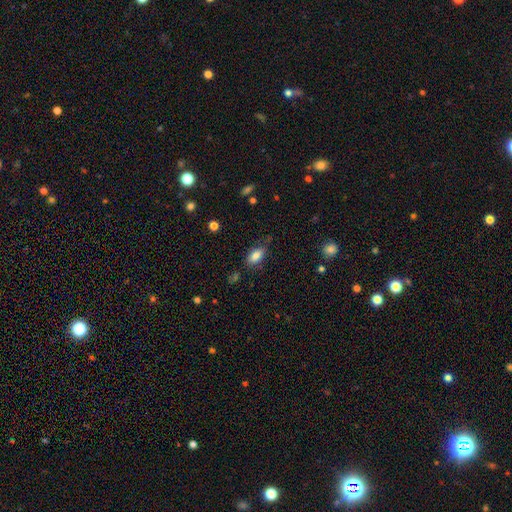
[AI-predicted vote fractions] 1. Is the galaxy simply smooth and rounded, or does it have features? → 84% smooth, 8% star or artifact, 8% featured or disk.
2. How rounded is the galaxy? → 90% in between, 5% round, 5% cigar-shaped.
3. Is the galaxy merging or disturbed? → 75% none, 18% minor disturbance, 5% major disturbance, 2% merger.